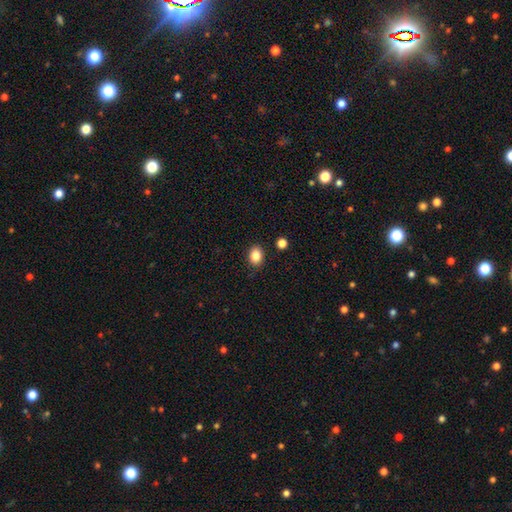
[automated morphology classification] This is clearly a smooth galaxy (86%). How rounded: likely in between (64%). Merging: clearly none (88%).